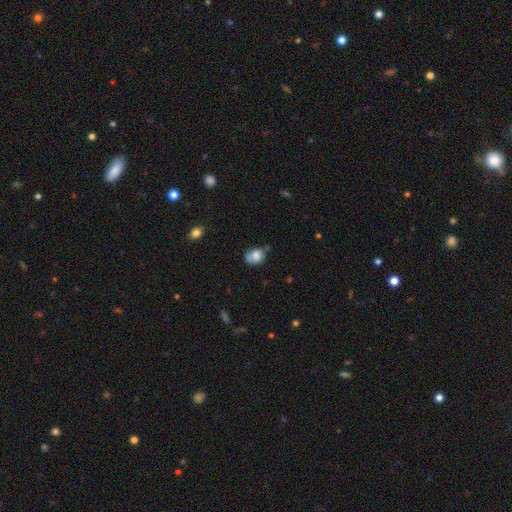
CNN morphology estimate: Smooth or featured? smooth (75%)
How rounded? in between (62%)
Merging? none (41%)